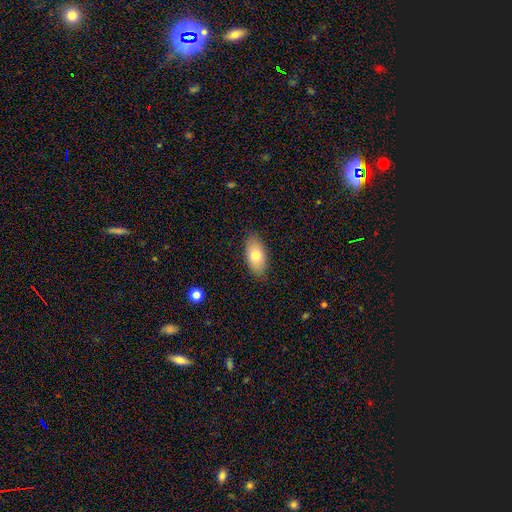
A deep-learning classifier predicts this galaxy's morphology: The model was most divided on "smooth or featured": smooth: 75%, featured or disk: 18%, star or artifact: 7%. More confident: how rounded — in between (92%); merging — none (86%).